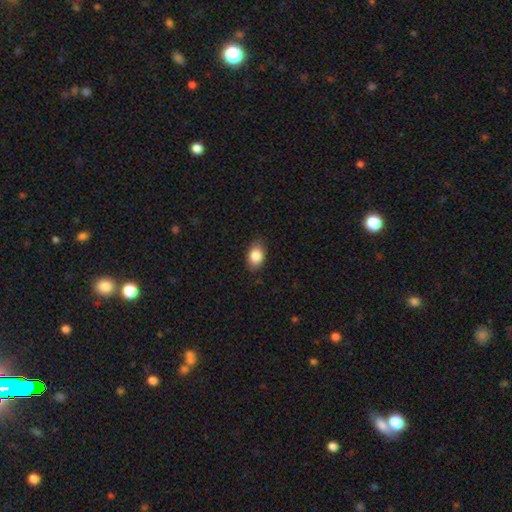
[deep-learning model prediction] This appears to be a smooth galaxy with no disk features (85%) that is in between round and cigar-shaped (83%). Merging: none (83%).